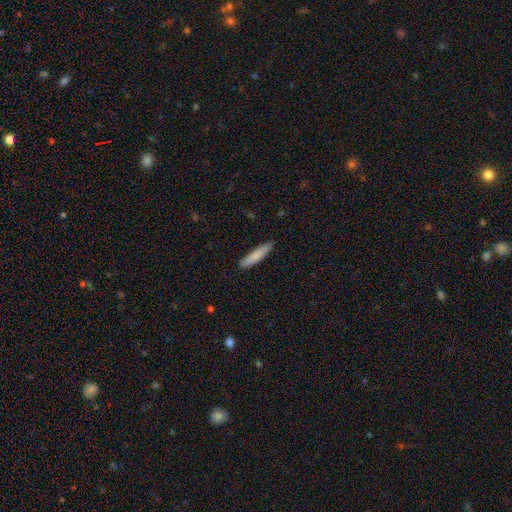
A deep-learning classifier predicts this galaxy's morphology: type=smooth (81%); roundness=cigar-shaped (87%); merging=none (88%).